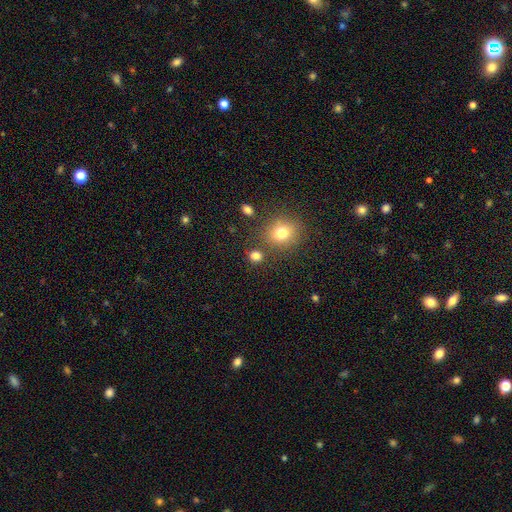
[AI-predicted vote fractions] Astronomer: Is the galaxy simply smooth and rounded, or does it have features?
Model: smooth — 80%.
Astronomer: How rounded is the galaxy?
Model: round — 80%.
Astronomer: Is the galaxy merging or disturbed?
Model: none — 78%.